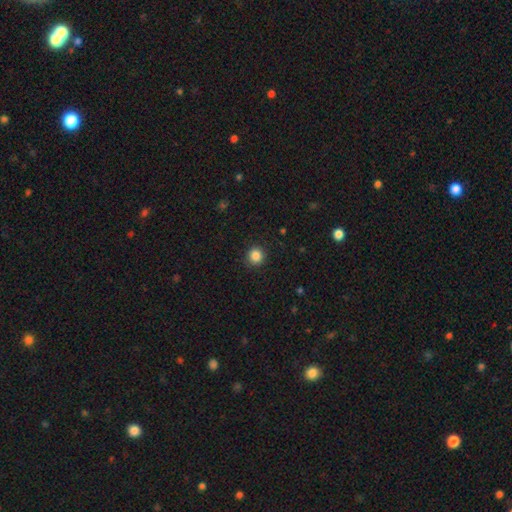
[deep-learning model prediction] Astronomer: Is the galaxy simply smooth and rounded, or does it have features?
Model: smooth — 85%.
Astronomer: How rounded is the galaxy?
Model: round — 93%.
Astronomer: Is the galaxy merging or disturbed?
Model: none — 91%.